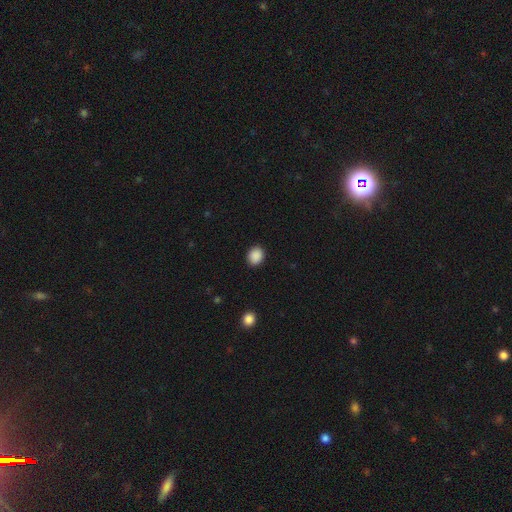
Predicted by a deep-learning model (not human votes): This appears to be a smooth galaxy with no disk features (89%) that is round (63%). Merging: none (90%).